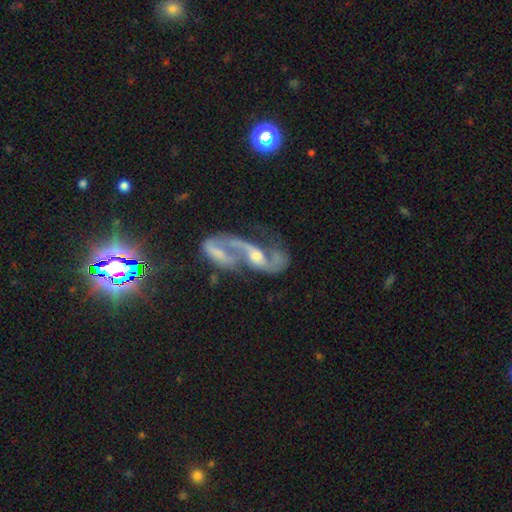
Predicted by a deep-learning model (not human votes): Smooth or featured?
  - featured or disk: 81% *
  - smooth: 11%
  - star or artifact: 8%
Edge-on disk?
  - no: 95% *
  - yes: 5%
Bar?
  - no: 49% *
  - weak: 35%
  - strong: 15%
Spiral arms?
  - yes: 85% *
  - no: 15%
Spiral winding?
  - loose: 63% *
  - medium: 30%
  - tight: 8%
Spiral arm count?
  - 2: 77% *
  - 1: 13%
  - can't tell: 6%
  - 3: 2%
  - 4: 1%
  - more than 4: 1%
Bulge size?
  - moderate: 48% *
  - small: 30%
  - none: 12%
  - large: 8%
  - dominant: 2%
Merging?
  - merger: 53% *
  - major disturbance: 20%
  - none: 18%
  - minor disturbance: 9%